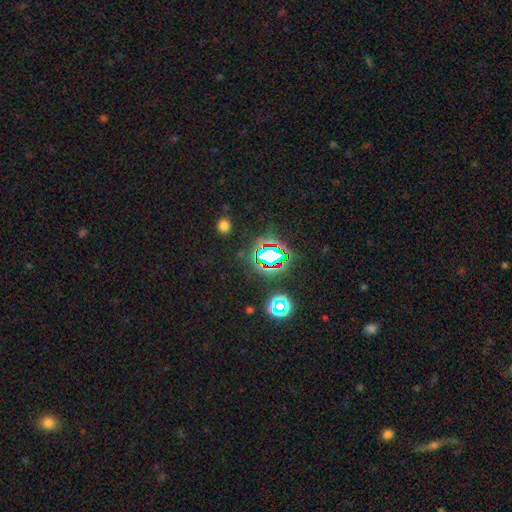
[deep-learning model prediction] smooth_or_featured: star or artifact (p=0.77) [alt: smooth p=0.15]